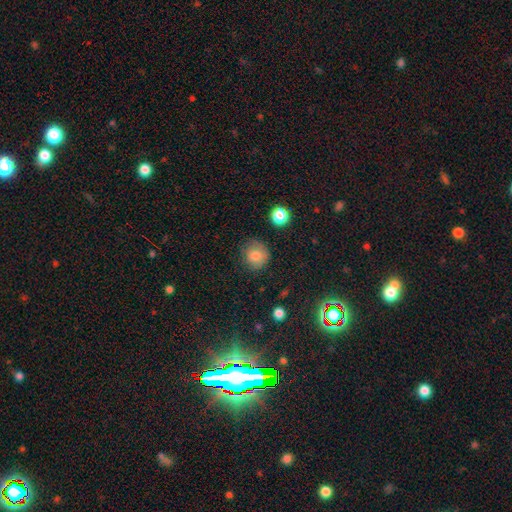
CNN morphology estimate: Q: Smooth or featured?
A: smooth (81%); runner-up: star or artifact (11%)
Q: How rounded?
A: round (89%); runner-up: in between (10%)
Q: Merging?
A: none (78%); runner-up: minor disturbance (16%)